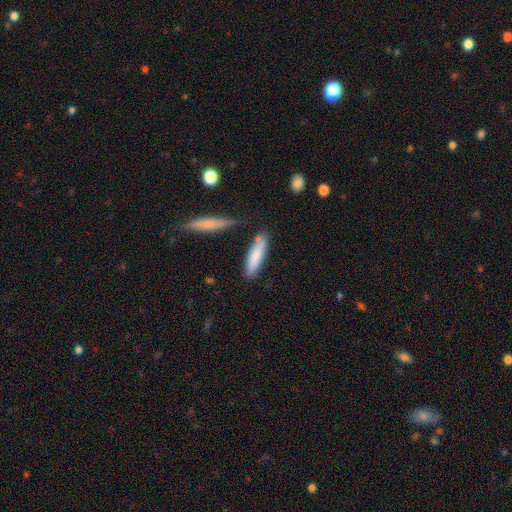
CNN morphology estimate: A smooth galaxy with no disk features (79%) that is cigar-shaped (70%).

Vote fractions:
- Smooth or featured? smooth: 79% / featured or disk: 15% / star or artifact: 6%
- How rounded? cigar-shaped: 70% / in between: 28% / round: 1%
- Merging? none: 74% / minor disturbance: 15% / merger: 7% / major disturbance: 3%